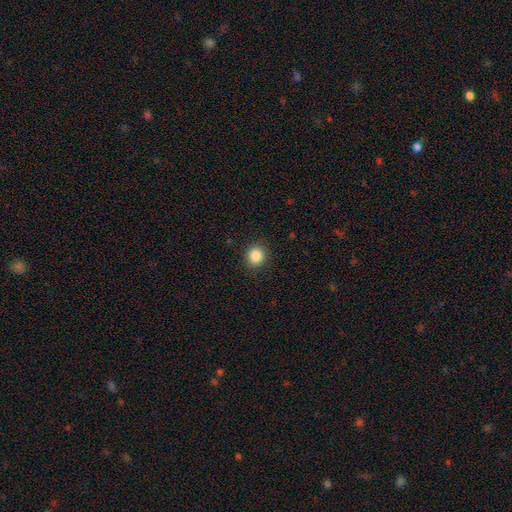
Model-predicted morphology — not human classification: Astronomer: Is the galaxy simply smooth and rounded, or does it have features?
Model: smooth — 86%.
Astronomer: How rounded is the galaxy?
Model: round — 81%.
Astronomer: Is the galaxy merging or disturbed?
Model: none — 90%.